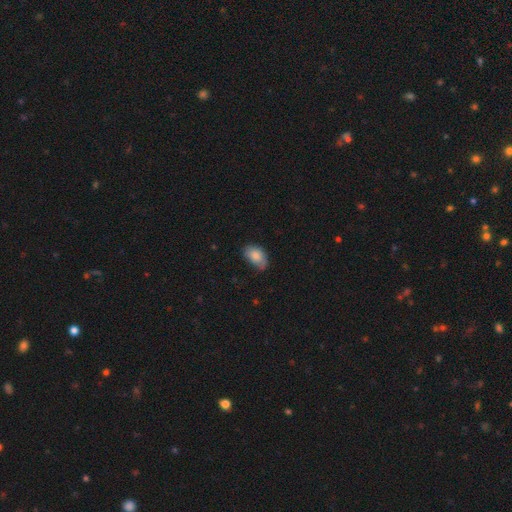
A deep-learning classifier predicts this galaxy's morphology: Smooth or featured: smooth — 80% (featured or disk — 12%)
How rounded: in between — 87% (round — 11%)
Merging: none — 53% (minor disturbance — 36%)